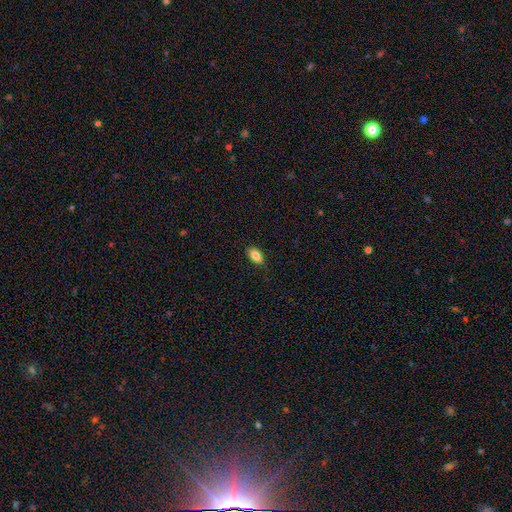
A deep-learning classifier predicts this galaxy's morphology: Smooth or featured: smooth — 84% (star or artifact — 8%)
How rounded: in between — 90% (cigar-shaped — 5%)
Merging: none — 85% (minor disturbance — 12%)